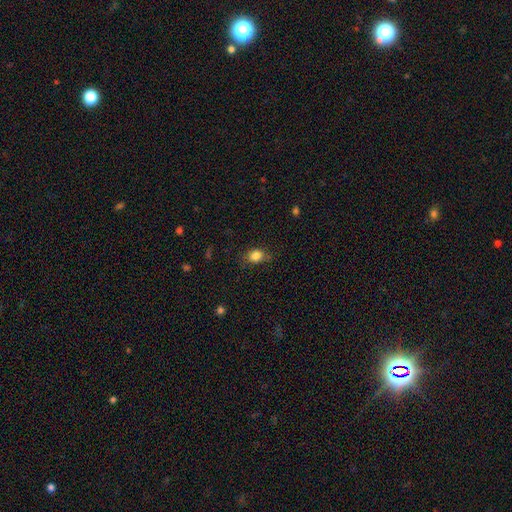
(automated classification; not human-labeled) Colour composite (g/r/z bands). It shows a smooth galaxy with no disk features (84%) that is in between round and cigar-shaped (52%). Merging: none (74%).